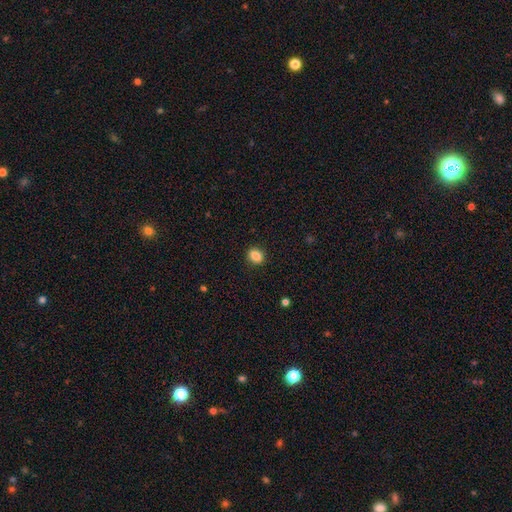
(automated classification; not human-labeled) Smooth or featured? smooth (85%)
How rounded? round (61%)
Merging? none (91%)